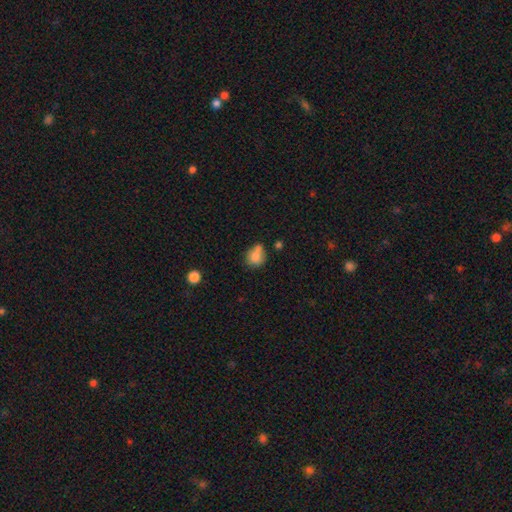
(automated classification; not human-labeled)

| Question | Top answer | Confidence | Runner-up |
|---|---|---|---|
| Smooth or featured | smooth | 78% | featured or disk (12%) |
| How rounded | round | 68% | in between (31%) |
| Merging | none | 45% | merger (28%) |